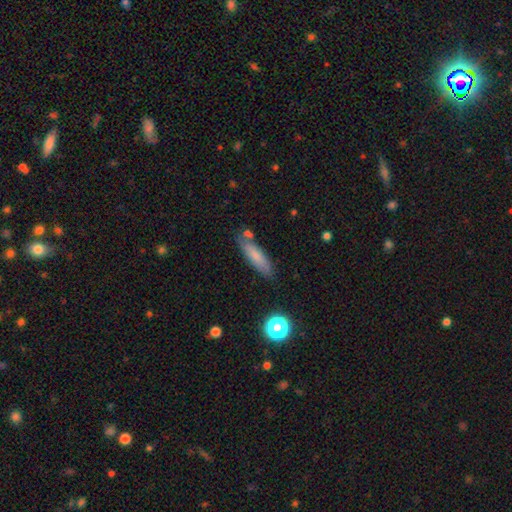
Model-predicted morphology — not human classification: Smooth or featured: smooth — 76% (featured or disk — 16%)
How rounded: cigar-shaped — 66% (in between — 32%)
Merging: none — 75% (minor disturbance — 14%)